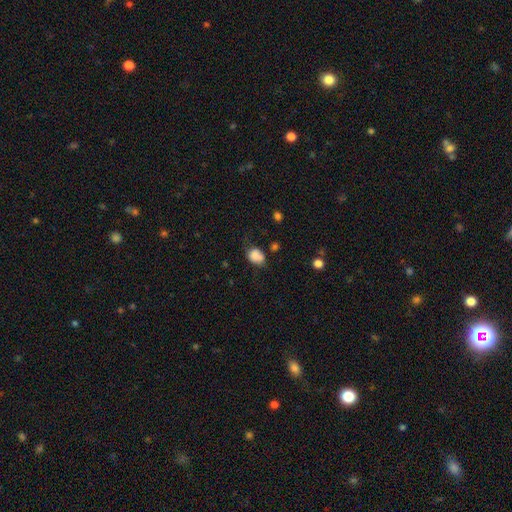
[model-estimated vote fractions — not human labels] Smooth or featured? Predicted: smooth (p=0.83). How rounded? Predicted: in between (p=0.58). Merging? Predicted: none (p=0.48).